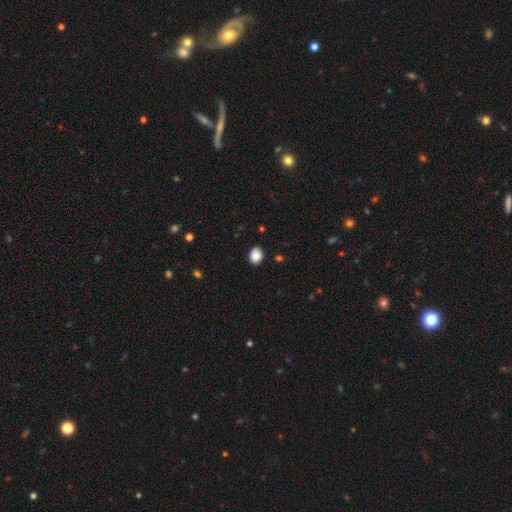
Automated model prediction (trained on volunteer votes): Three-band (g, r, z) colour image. It shows a smooth galaxy with no disk features (87%) that is round (55%). Merging: none (84%).